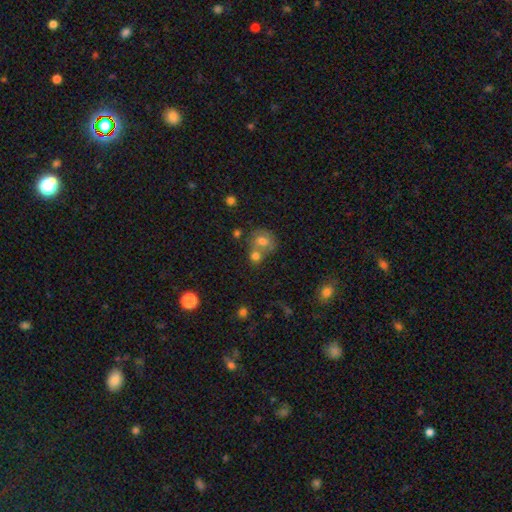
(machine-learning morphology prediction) Smooth or featured? smooth (71%)
How rounded? round (68%)
Merging? merger (47%)